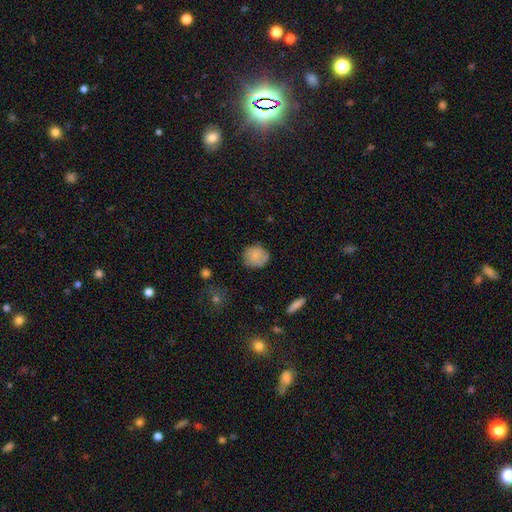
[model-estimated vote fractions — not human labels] Overall: smooth (78%). How rounded: round (82%). Merging: none (70%).